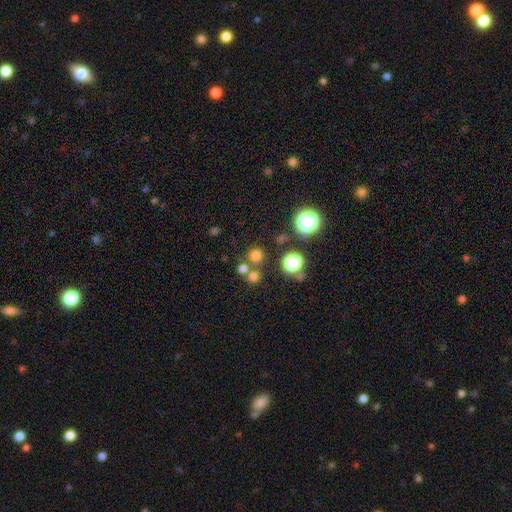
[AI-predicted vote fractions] This is likely a smooth galaxy (68%). How rounded: clearly round (93%). Merging: likely none (74%).